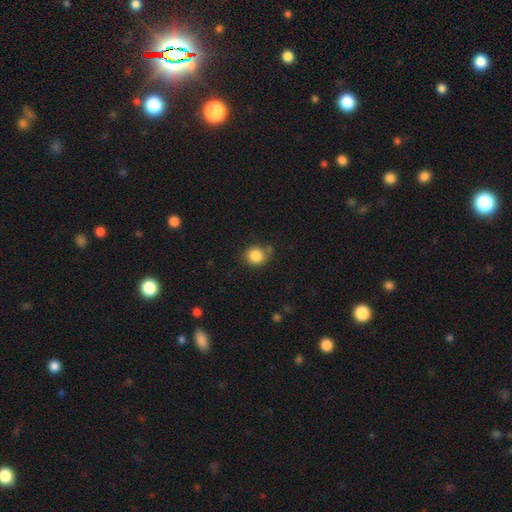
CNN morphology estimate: A smooth galaxy with no disk features (85%) that is round (80%).

Vote fractions:
- Smooth or featured? smooth: 85% / star or artifact: 10% / featured or disk: 5%
- How rounded? round: 80% / in between: 19% / cigar-shaped: 1%
- Merging? none: 71% / minor disturbance: 18% / merger: 6% / major disturbance: 5%